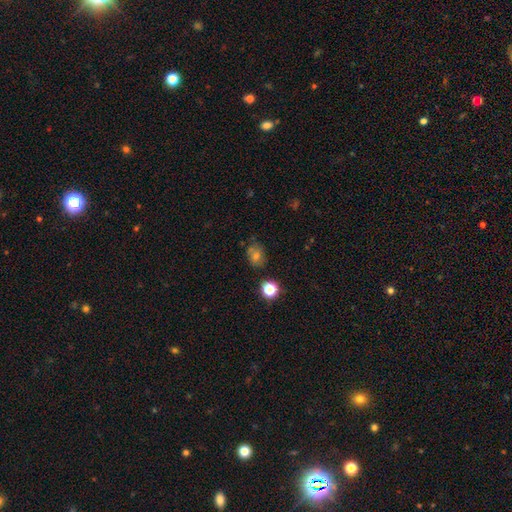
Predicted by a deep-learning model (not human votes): This is likely a smooth galaxy (66%). How rounded: possibly round (56%). Merging: likely none (64%).